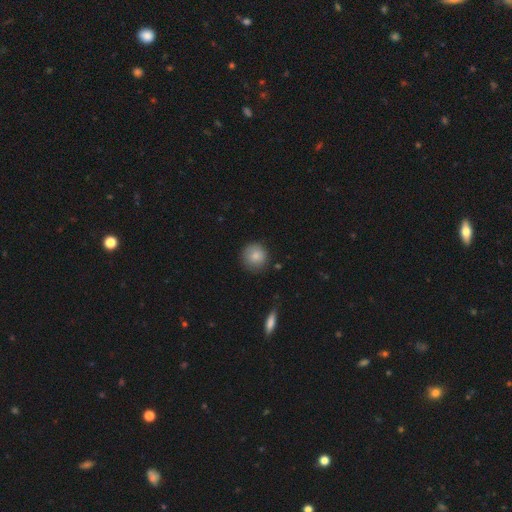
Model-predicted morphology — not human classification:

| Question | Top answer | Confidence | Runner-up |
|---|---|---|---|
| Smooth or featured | smooth | 84% | star or artifact (8%) |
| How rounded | round | 93% | in between (6%) |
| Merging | none | 84% | minor disturbance (12%) |